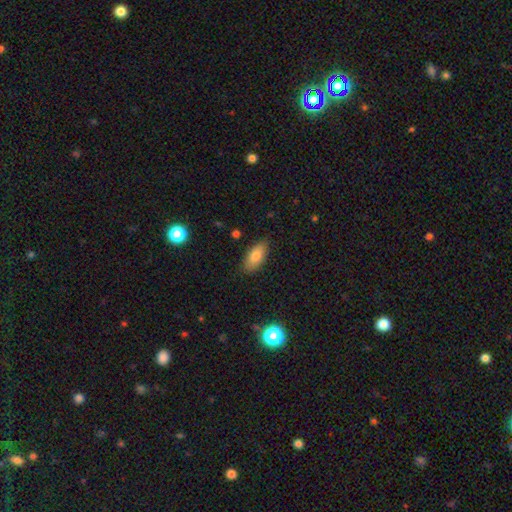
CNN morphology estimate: Smooth or featured?
  - smooth: 81% *
  - featured or disk: 12%
  - star or artifact: 8%
How rounded?
  - in between: 87% *
  - cigar-shaped: 10%
  - round: 3%
Merging?
  - none: 83% *
  - minor disturbance: 14%
  - major disturbance: 3%
  - merger: 1%